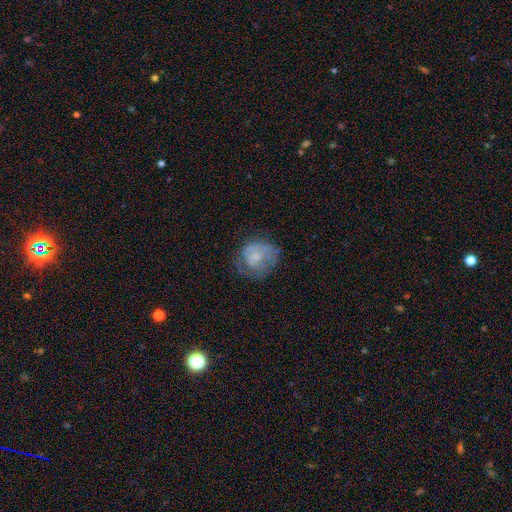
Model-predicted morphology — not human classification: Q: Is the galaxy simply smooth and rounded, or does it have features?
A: featured or disk — 46%.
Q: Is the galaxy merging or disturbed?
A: none — 51%.